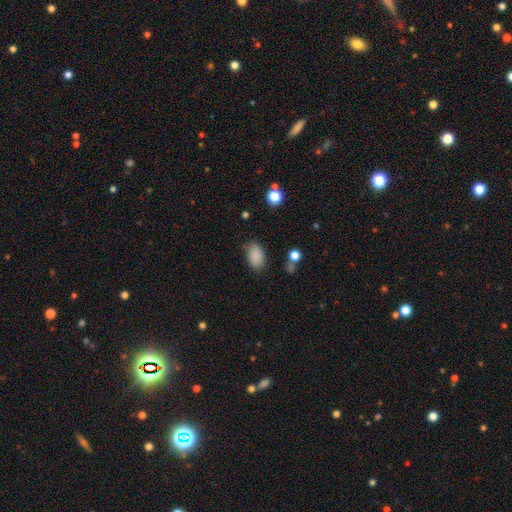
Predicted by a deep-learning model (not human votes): Overall: smooth (87%). How rounded: in between (92%). Merging: none (81%).